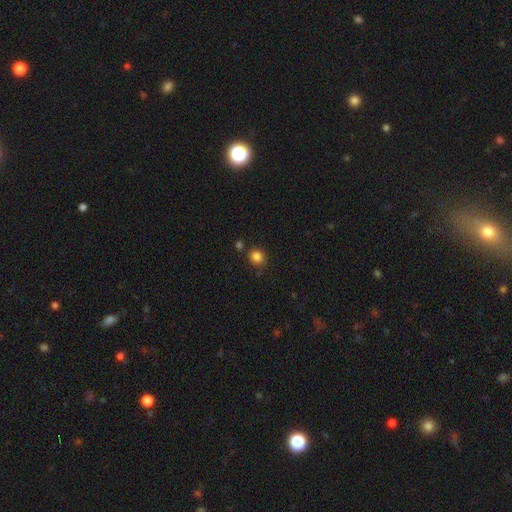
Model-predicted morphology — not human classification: Smooth or featured? smooth (84%)
How rounded? round (73%)
Merging? none (80%)